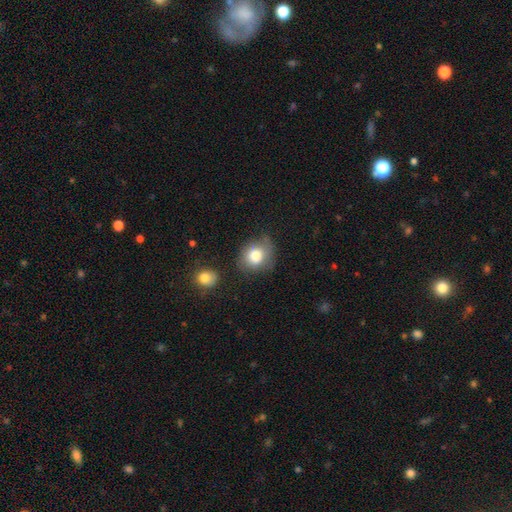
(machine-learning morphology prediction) A smooth galaxy with no disk features (79%) that is round (65%). Merging: none (62%).